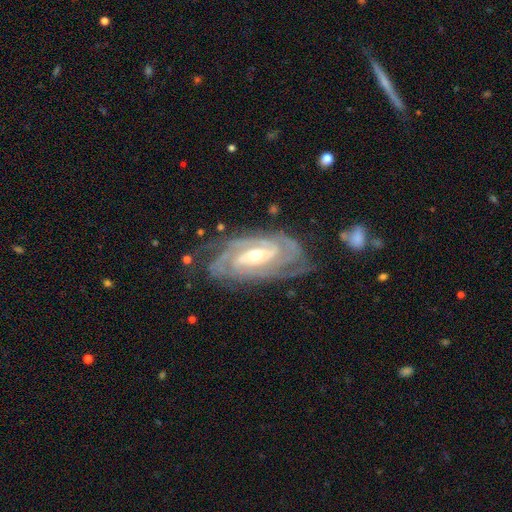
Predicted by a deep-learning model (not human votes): smooth-or-featured: featured or disk: 91% | smooth: 5% | star or artifact: 4%
  disk-edge-on: no: 94% | yes: 6%
    bar: weak: 37% | no: 35% | strong: 28%
    has-spiral-arms: yes: 97% | no: 3%
      spiral-winding: tight: 68% | medium: 27% | loose: 5%
      spiral-arm-count: 2: 36% | 3: 27% | can't tell: 17% | 4: 10% | more than 4: 5% | 1: 5%
    bulge-size: moderate: 62% | small: 32% | large: 4% | none: 1% | dominant: 1%
  merging: none: 71% | minor disturbance: 20% | major disturbance: 8% | merger: 2%